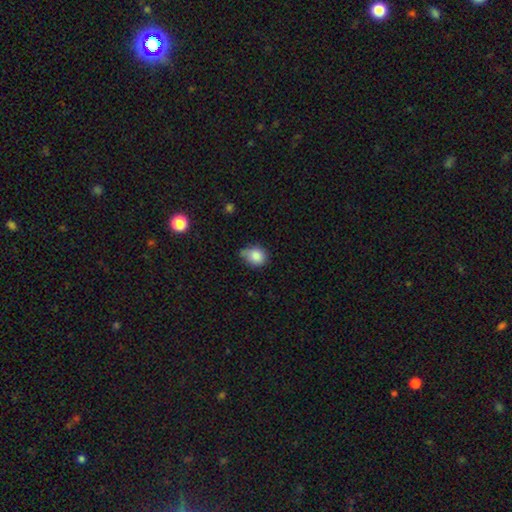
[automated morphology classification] type=smooth (84%); roundness=round (63%); merging=none (50%).